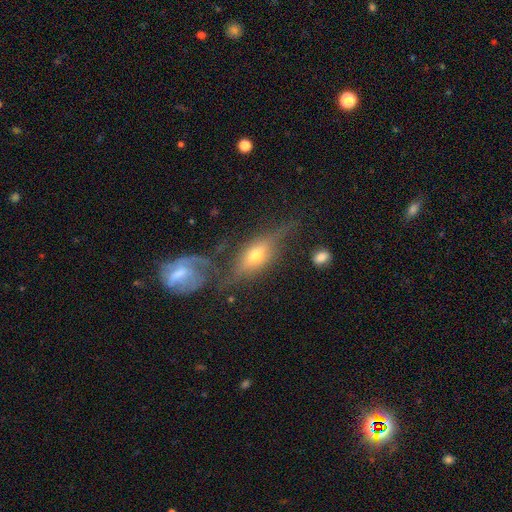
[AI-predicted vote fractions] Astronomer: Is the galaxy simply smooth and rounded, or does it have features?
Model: featured or disk — 69%.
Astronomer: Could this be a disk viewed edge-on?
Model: yes — 77%.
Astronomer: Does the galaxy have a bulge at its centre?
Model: rounded — 90%.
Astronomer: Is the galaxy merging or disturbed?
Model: none — 54%.